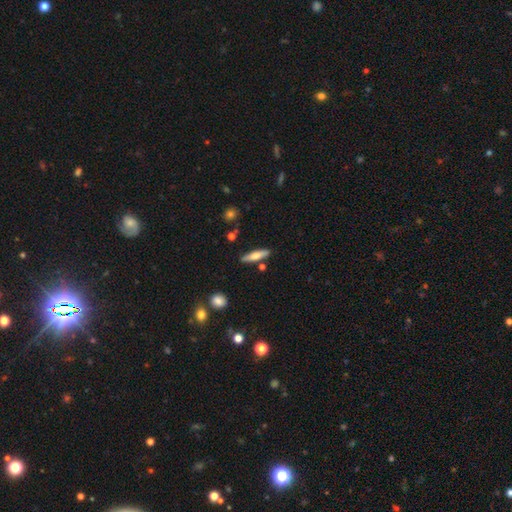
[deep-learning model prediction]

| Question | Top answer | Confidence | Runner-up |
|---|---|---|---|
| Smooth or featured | smooth | 56% | featured or disk (38%) |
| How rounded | cigar-shaped | 75% | in between (23%) |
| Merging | none | 83% | minor disturbance (10%) |